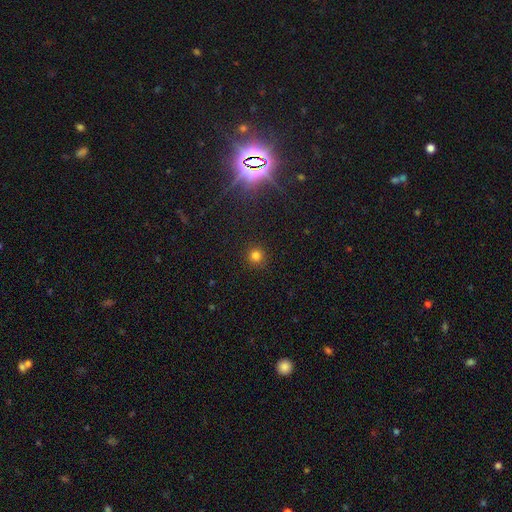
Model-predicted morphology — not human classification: smooth 79%, star or artifact 16%, featured or disk 5%. Down the decision tree: how rounded — round (95%); merging — none (91%).